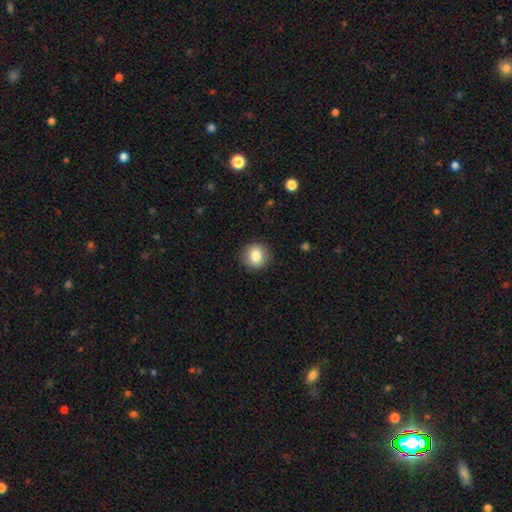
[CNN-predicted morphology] smooth_or_featured: smooth (p=0.84) [alt: star or artifact p=0.09]
how_rounded: round (p=0.88) [alt: in between p=0.11]
merging: none (p=0.90) [alt: minor disturbance p=0.07]